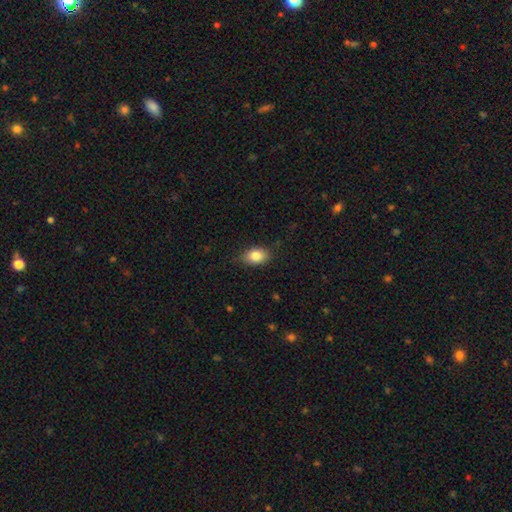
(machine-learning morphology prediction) smooth-or-featured: smooth: 83% | featured or disk: 9% | star or artifact: 8%
  how-rounded: in between: 81% | round: 18% | cigar-shaped: 2%
  merging: none: 79% | minor disturbance: 17% | major disturbance: 3% | merger: 1%